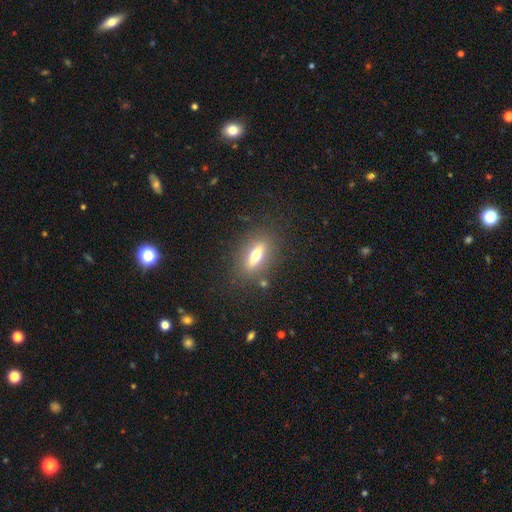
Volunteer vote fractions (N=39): Smooth or featured? 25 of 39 (64%) said smooth. How rounded? 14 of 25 (56%) said in between. Merging? 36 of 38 (95%) said none.